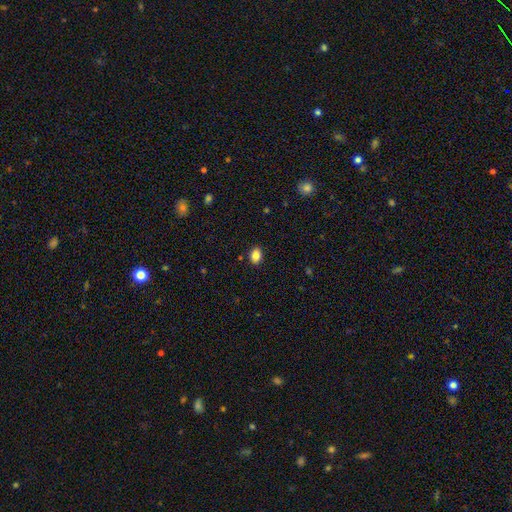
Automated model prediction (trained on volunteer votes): The model was most divided on "how rounded": in between: 72%, round: 27%, cigar-shaped: 1%. More confident: merging — none (89%); smooth or featured — smooth (86%).